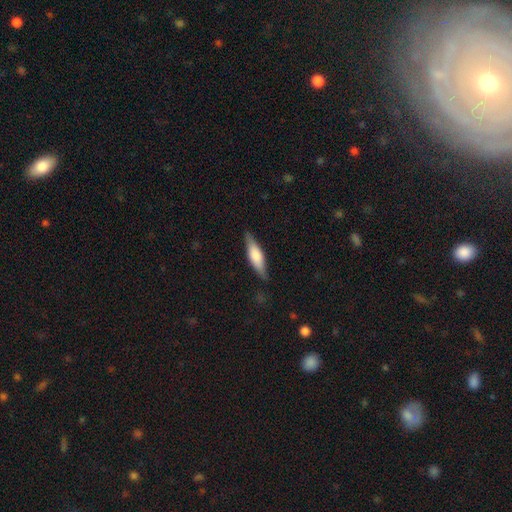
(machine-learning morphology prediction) This appears to be a smooth galaxy with no disk features (59%) that is cigar-shaped (64%). Merging: none (83%).